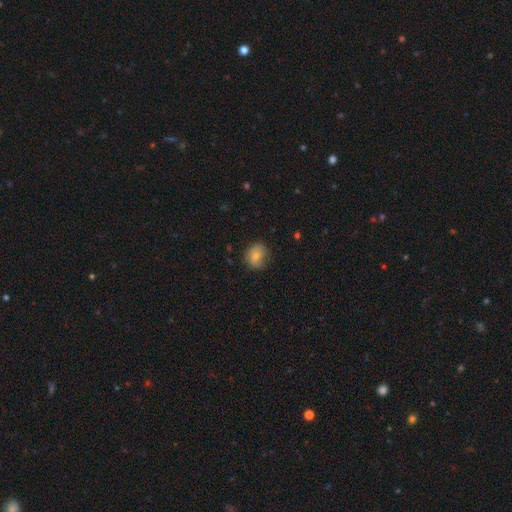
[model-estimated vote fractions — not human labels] This appears to be a smooth galaxy with no disk features (75%) that is round (62%). Merging: none (70%).